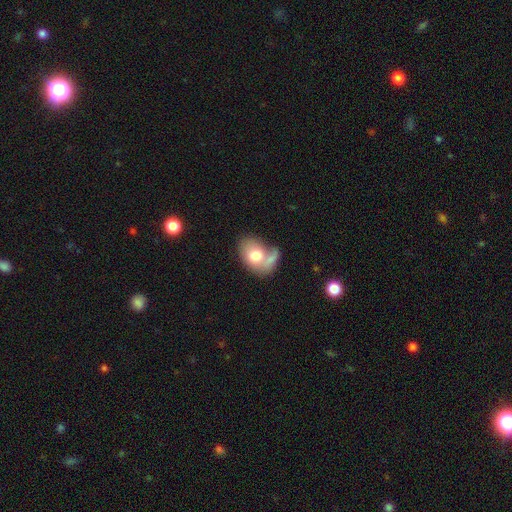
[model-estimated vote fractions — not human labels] This is likely a smooth galaxy (70%). How rounded: likely in between (72%). Merging: marginally merger (39%).